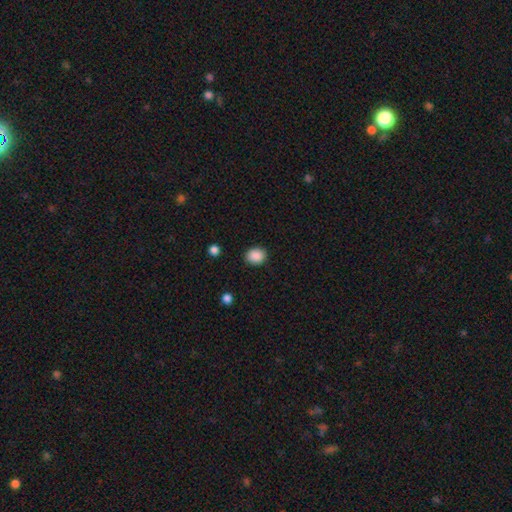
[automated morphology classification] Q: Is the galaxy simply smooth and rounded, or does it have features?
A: smooth — 89%.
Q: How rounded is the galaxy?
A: round — 64%.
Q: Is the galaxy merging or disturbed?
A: none — 88%.